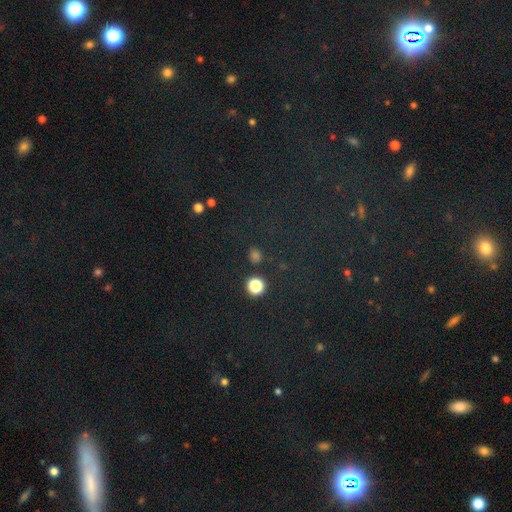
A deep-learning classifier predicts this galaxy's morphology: Smooth or featured? smooth (65%)
How rounded? round (78%)
Merging? none (83%)